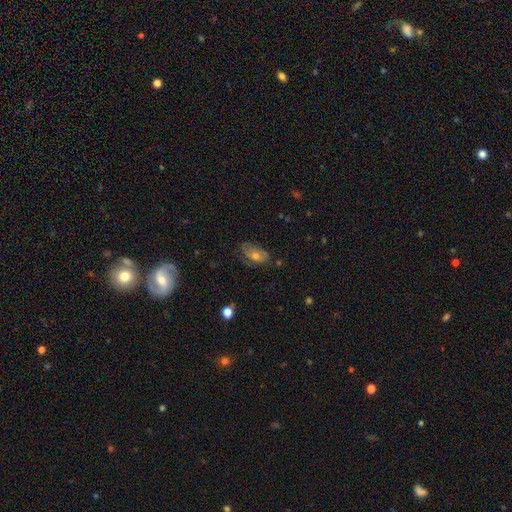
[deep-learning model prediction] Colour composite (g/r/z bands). It shows a smooth galaxy with no disk features (48%). Merging: none (61%).